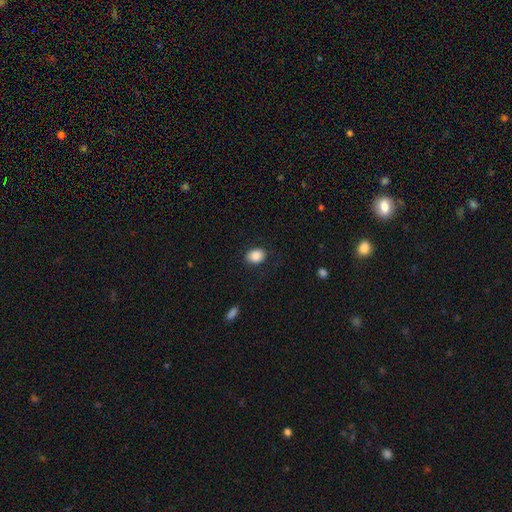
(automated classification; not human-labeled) Morphology: type=smooth (87%); roundness=in between (61%); merging=none (83%).